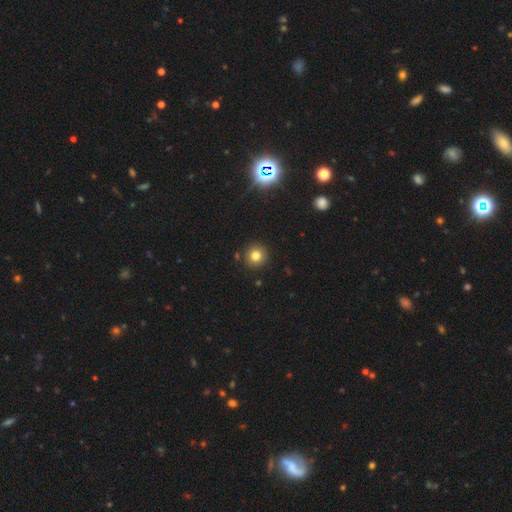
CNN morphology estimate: Smooth or featured? smooth (79%)
How rounded? round (94%)
Merging? none (90%)